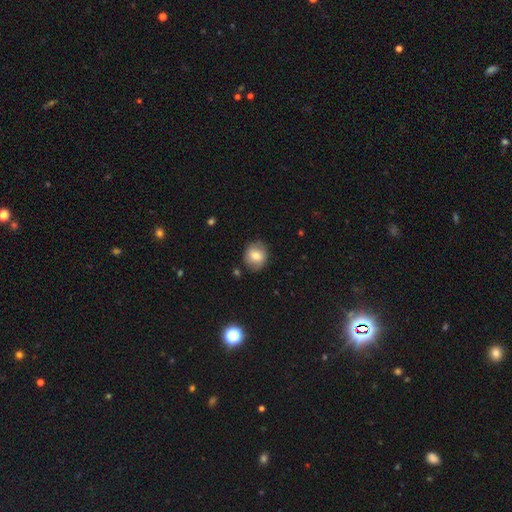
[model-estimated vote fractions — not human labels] A smooth galaxy with no disk features (72%) that is round (77%).

Vote fractions:
- Smooth or featured? smooth: 72% / featured or disk: 19% / star or artifact: 9%
- How rounded? round: 77% / in between: 22% / cigar-shaped: 1%
- Merging? none: 83% / minor disturbance: 12% / major disturbance: 3% / merger: 2%